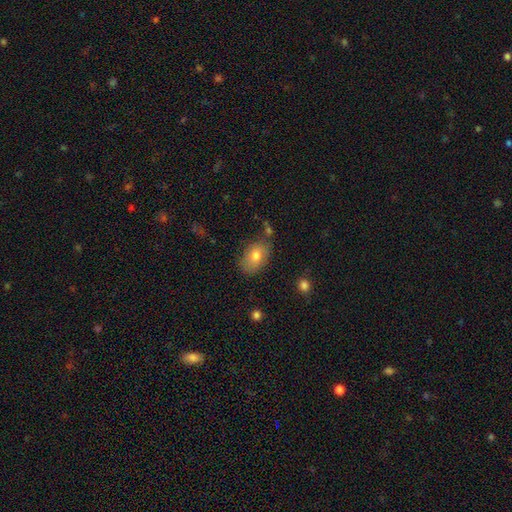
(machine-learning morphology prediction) A smooth galaxy with no disk features (75%) that is in between round and cigar-shaped (88%). Merging: none (70%).